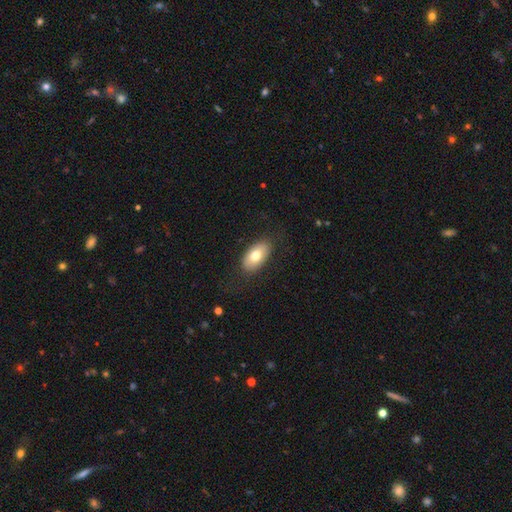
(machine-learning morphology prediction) This is likely a smooth galaxy (73%). How rounded: clearly in between (93%). Merging: clearly none (82%).